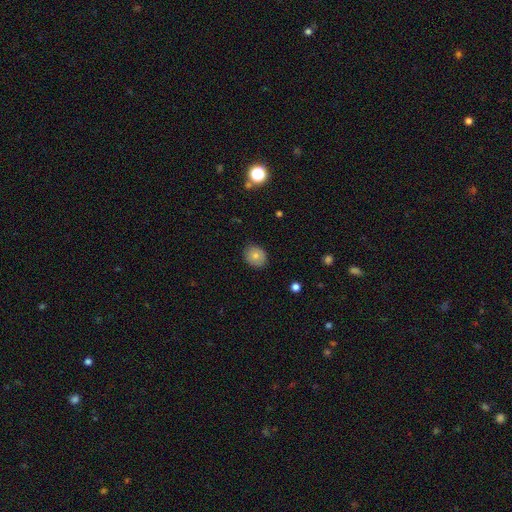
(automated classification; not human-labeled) Smooth or featured: smooth — 74% (featured or disk — 16%)
How rounded: round — 68% (in between — 31%)
Merging: none — 86% (minor disturbance — 11%)